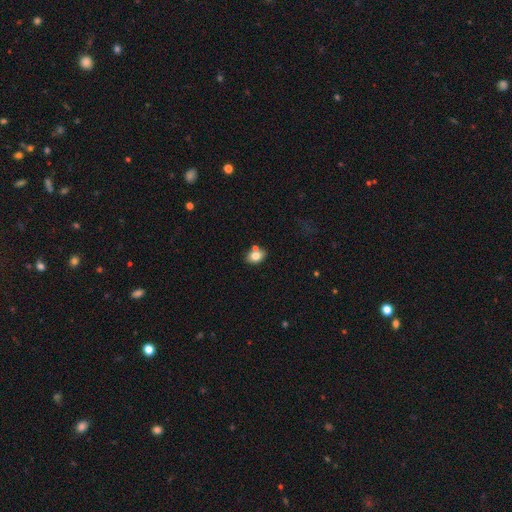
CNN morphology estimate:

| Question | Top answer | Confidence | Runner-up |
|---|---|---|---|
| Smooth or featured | smooth | 78% | featured or disk (12%) |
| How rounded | in between | 71% | round (28%) |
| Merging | none | 63% | merger (20%) |